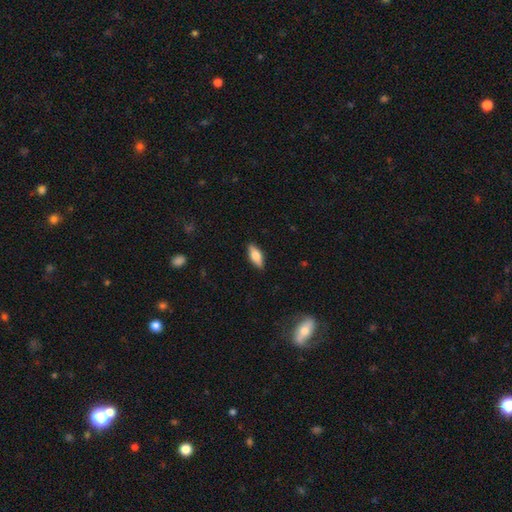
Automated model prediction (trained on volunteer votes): Smooth or featured? Predicted: smooth (p=0.67). How rounded? Predicted: in between (p=0.73). Merging? Predicted: none (p=0.88).